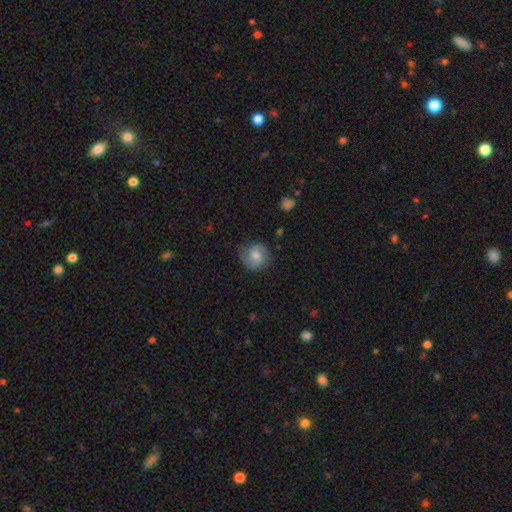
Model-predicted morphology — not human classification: Smooth or featured? Predicted: featured or disk (p=0.65). Edge-on disk? Predicted: no (p=0.98). Bar? Predicted: no (p=0.47). Spiral arms? Predicted: yes (p=0.94). Spiral winding? Predicted: medium (p=0.51). Spiral arm count? Predicted: 2 (p=0.89). Bulge size? Predicted: moderate (p=0.54). Merging? Predicted: none (p=0.78).